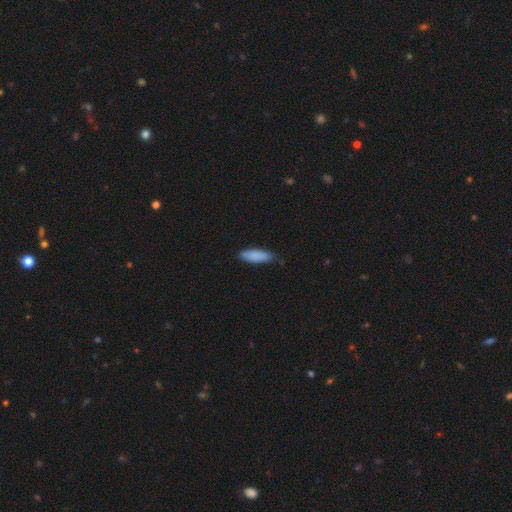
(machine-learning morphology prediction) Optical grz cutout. It shows a smooth galaxy with no disk features (86%) that is in between round and cigar-shaped (58%). Merging: none (79%).